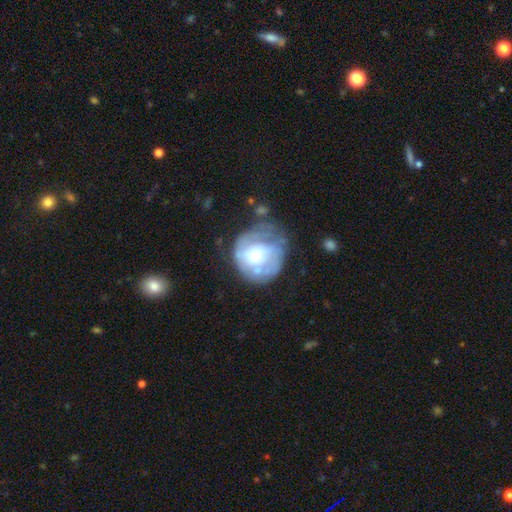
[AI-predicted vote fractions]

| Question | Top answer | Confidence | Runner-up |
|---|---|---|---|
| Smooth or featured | featured or disk | 58% | smooth (35%) |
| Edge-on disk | no | 98% | yes (2%) |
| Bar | no | 78% | weak (18%) |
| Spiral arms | yes | 52% | no (48%) |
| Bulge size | moderate | 42% | small (38%) |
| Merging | none | 43% | minor disturbance (25%) |